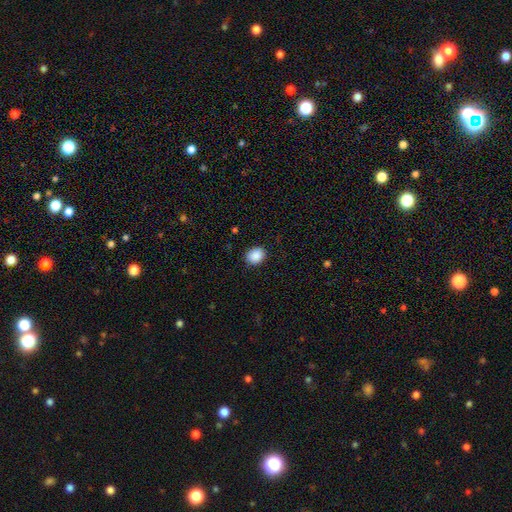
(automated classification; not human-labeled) Smooth or featured: smooth — 89% (star or artifact — 8%)
How rounded: round — 56% (in between — 44%)
Merging: none — 86% (minor disturbance — 11%)